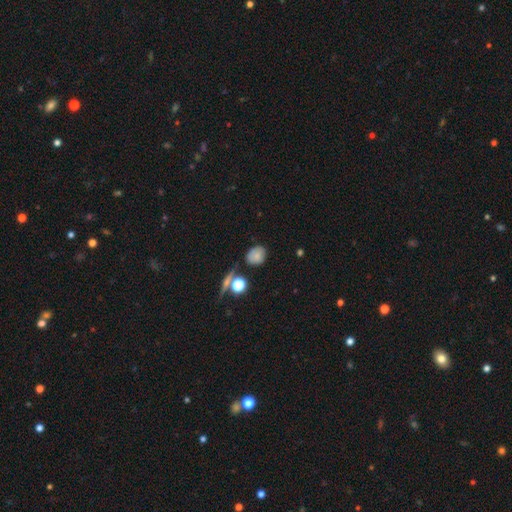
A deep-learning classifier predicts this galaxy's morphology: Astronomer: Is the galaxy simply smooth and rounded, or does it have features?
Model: smooth — 70%.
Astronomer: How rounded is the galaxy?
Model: round — 56% (runner-up: in between, 42%).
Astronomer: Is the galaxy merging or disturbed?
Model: none — 69%.